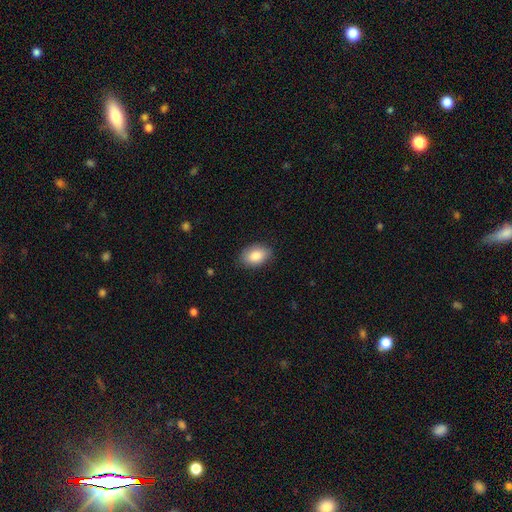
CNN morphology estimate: Smooth or featured: smooth — 86% (featured or disk — 7%)
How rounded: in between — 89% (round — 9%)
Merging: none — 85% (minor disturbance — 12%)